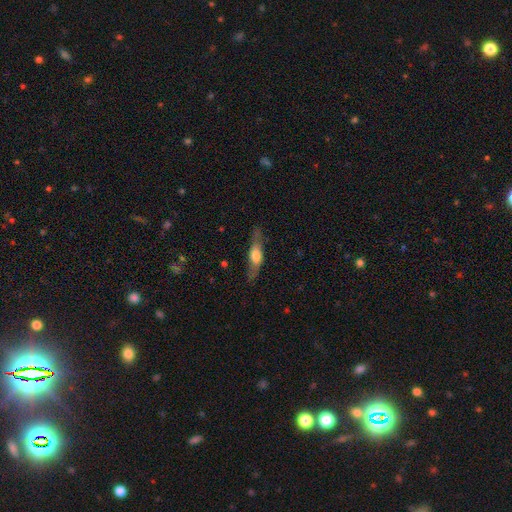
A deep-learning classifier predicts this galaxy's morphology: Overall: featured or disk (50%; smooth 44%). Edge-on disk: yes (84%). Merging: none (79%).